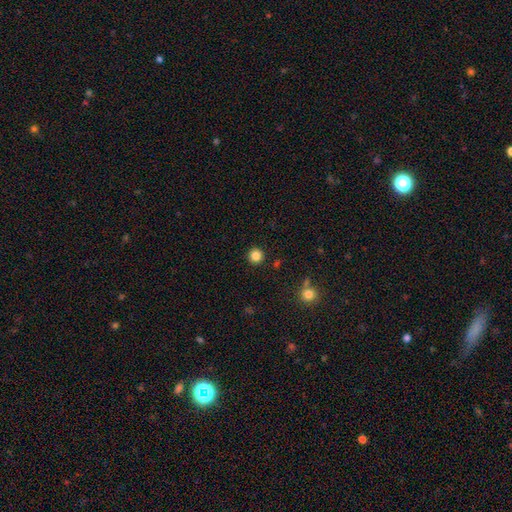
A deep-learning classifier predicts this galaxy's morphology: type=smooth (84%); roundness=round (95%); merging=none (92%).